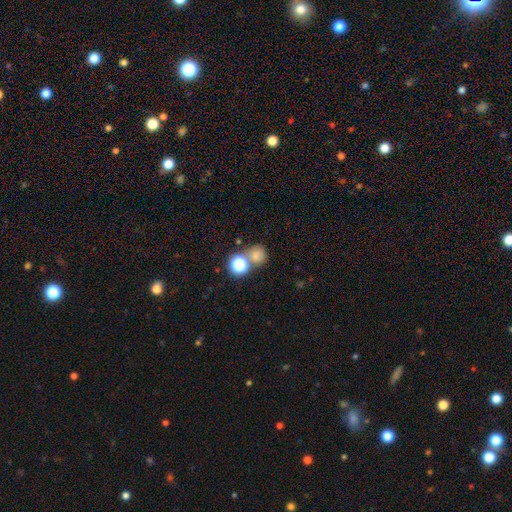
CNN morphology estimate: smooth 70%, star or artifact 21%, featured or disk 9%. Down the decision tree: how rounded — round (83%); merging — none (54%).